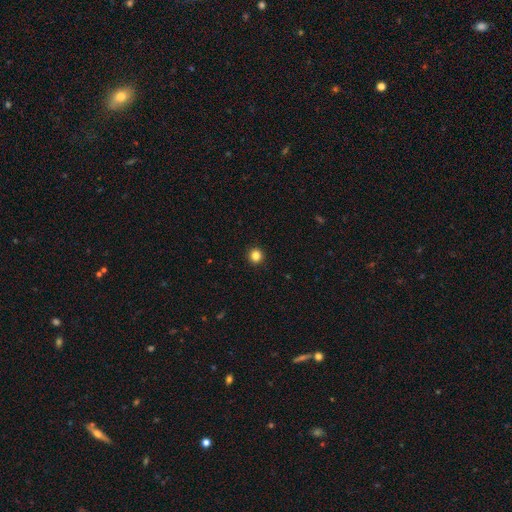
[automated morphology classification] Smooth or featured? smooth (84%)
How rounded? round (94%)
Merging? none (94%)